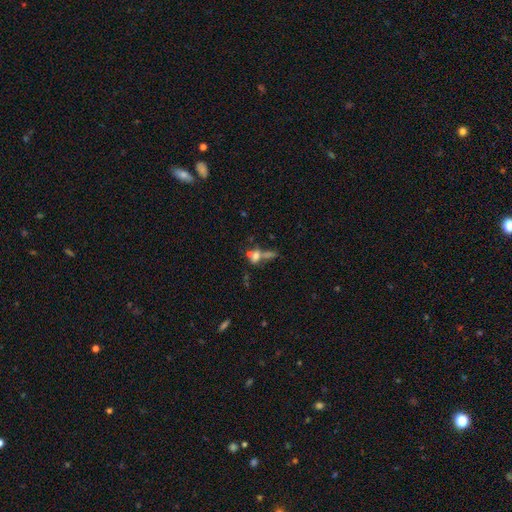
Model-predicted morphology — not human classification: This is possibly a smooth galaxy (50%). Merging: possibly merger (49%).